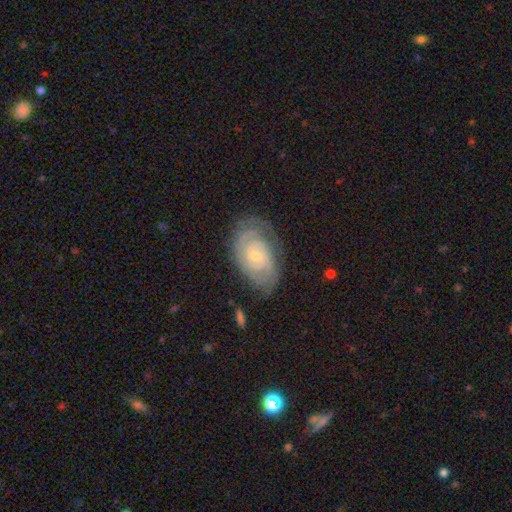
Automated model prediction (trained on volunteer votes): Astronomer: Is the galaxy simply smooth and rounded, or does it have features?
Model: featured or disk — 83%.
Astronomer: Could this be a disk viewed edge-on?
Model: no — 96%.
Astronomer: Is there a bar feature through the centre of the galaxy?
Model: no — 64%.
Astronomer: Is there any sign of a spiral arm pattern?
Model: yes — 95%.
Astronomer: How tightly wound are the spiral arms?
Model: tight — 72%.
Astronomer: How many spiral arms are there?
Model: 2 — 52%.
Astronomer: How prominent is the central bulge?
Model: small — 67%.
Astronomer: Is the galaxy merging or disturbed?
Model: none — 74%.